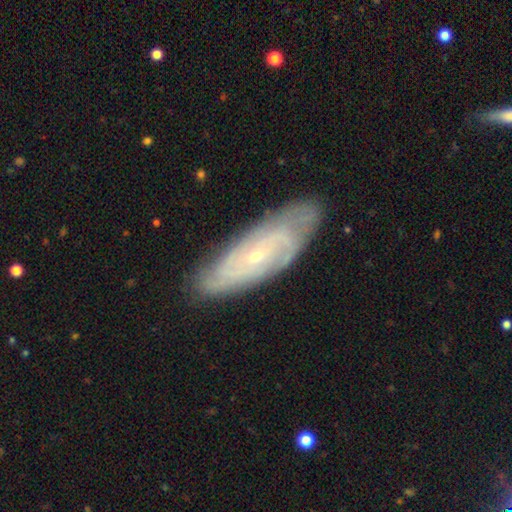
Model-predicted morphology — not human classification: Smooth or featured? featured or disk (79%)
Edge-on disk? no (86%)
Bar? no (68%)
Spiral arms? yes (91%)
Spiral winding? tight (67%)
Spiral arm count? can't tell (44%)
Bulge size? small (79%)
Merging? none (79%)